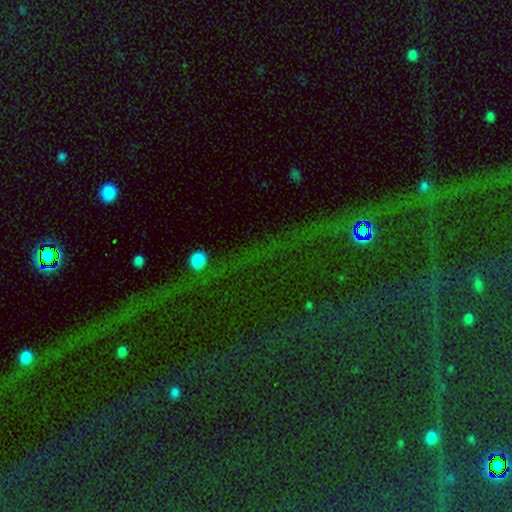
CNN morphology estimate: Smooth or featured? star or artifact (75%)